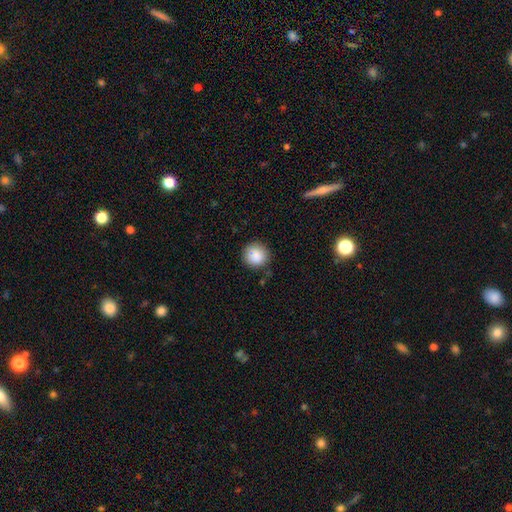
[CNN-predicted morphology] This is clearly a smooth galaxy (88%). How rounded: clearly round (93%). Merging: clearly none (84%).